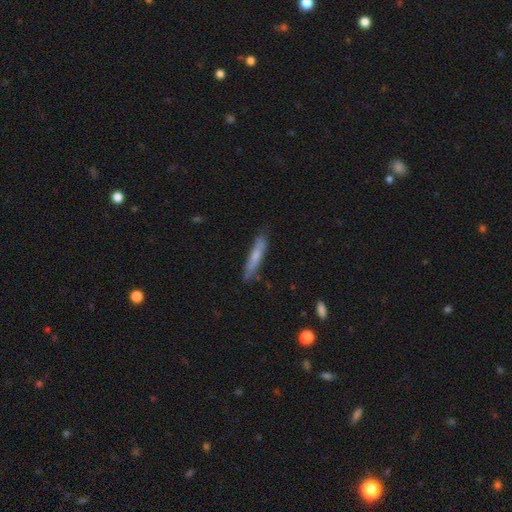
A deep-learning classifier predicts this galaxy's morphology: smooth 63%, featured or disk 31%, star or artifact 6%. Down the decision tree: how rounded — cigar-shaped (91%); merging — none (78%).